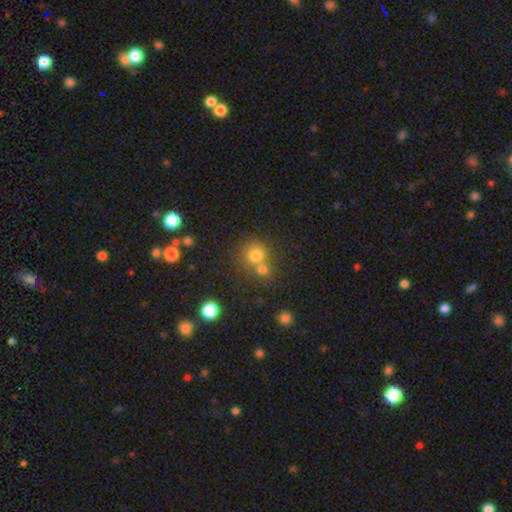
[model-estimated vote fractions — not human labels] This is likely a smooth galaxy (75%). How rounded: clearly round (85%). Merging: possibly none (48%).